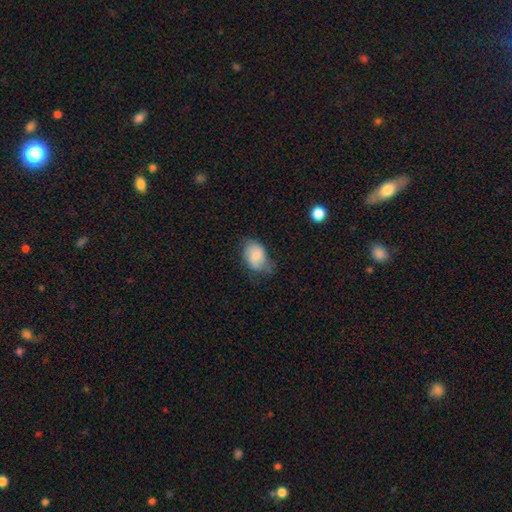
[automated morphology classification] Smooth or featured: smooth — 79% (featured or disk — 13%)
How rounded: in between — 82% (round — 17%)
Merging: none — 49% (minor disturbance — 36%)